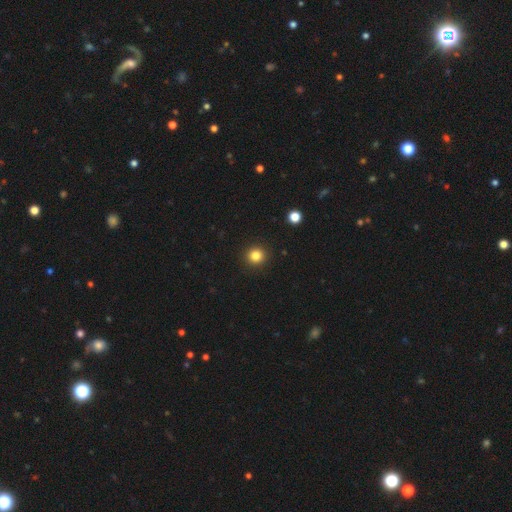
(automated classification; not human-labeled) Morphology: type=smooth (83%); roundness=round (92%); merging=none (93%).